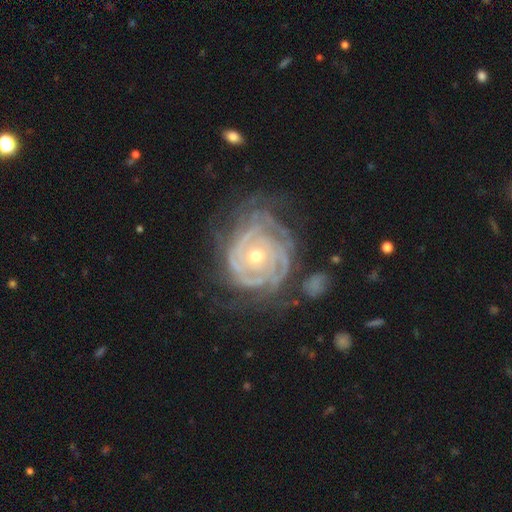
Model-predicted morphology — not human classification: Smooth or featured? Predicted: featured or disk (p=0.89). Edge-on disk? Predicted: no (p=0.97). Bar? Predicted: no (p=0.81). Spiral arms? Predicted: yes (p=0.95). Spiral winding? Predicted: tight (p=0.81). Spiral arm count? Predicted: can't tell (p=0.33). Bulge size? Predicted: moderate (p=0.50). Merging? Predicted: none (p=0.60).